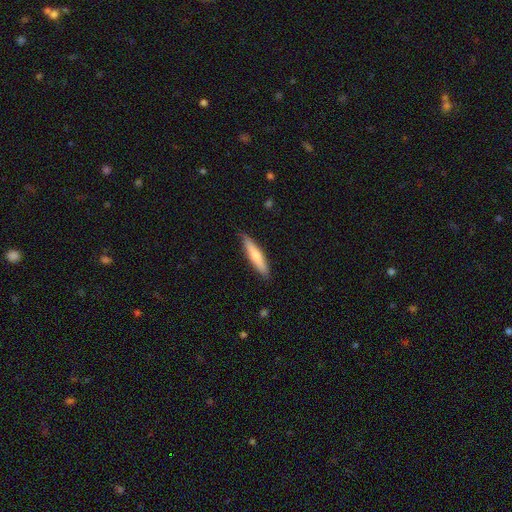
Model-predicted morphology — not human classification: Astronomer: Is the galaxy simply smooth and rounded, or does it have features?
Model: smooth — 65%.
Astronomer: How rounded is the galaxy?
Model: cigar-shaped — 86%.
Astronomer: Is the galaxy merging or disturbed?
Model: none — 85%.